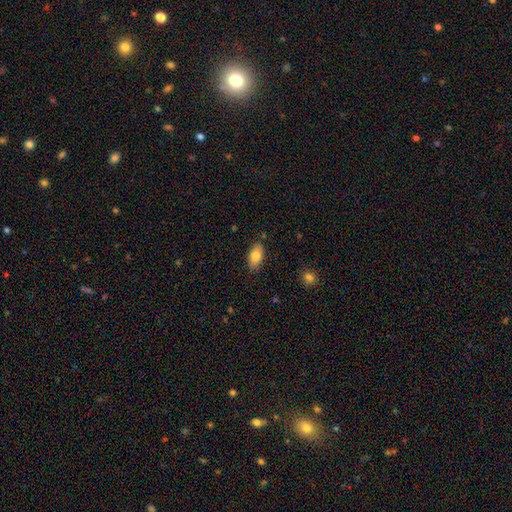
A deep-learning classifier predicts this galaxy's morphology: The model was most divided on "merging": none: 84%, minor disturbance: 12%, major disturbance: 2%, merger: 2%. More confident: how rounded — in between (91%); smooth or featured — smooth (83%).